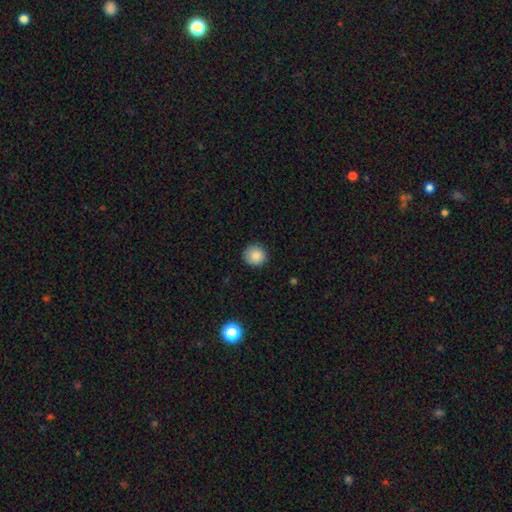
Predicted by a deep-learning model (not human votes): smooth-or-featured: smooth: 86% | star or artifact: 9% | featured or disk: 5%
  how-rounded: round: 94% | in between: 5% | cigar-shaped: 1%
  merging: none: 89% | minor disturbance: 8% | major disturbance: 2% | merger: 1%